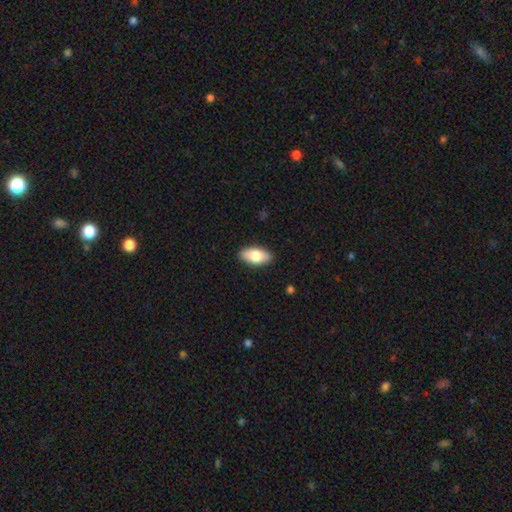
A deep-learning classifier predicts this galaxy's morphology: This is likely a smooth galaxy (77%). How rounded: clearly in between (92%). Merging: clearly none (89%).